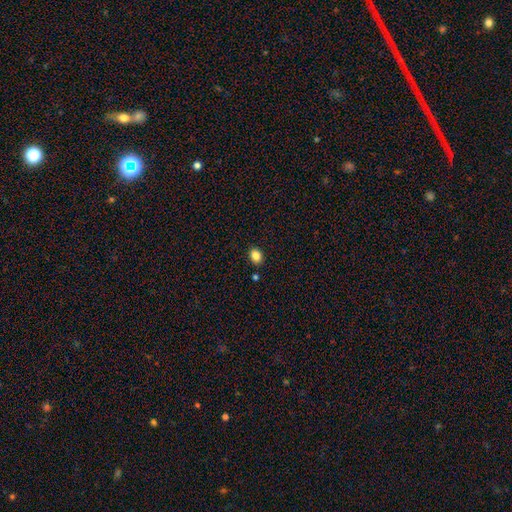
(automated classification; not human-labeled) smooth_or_featured: smooth (p=0.85) [alt: star or artifact p=0.10]
how_rounded: in between (p=0.59) [alt: round p=0.40]
merging: none (p=0.86) [alt: minor disturbance p=0.08]